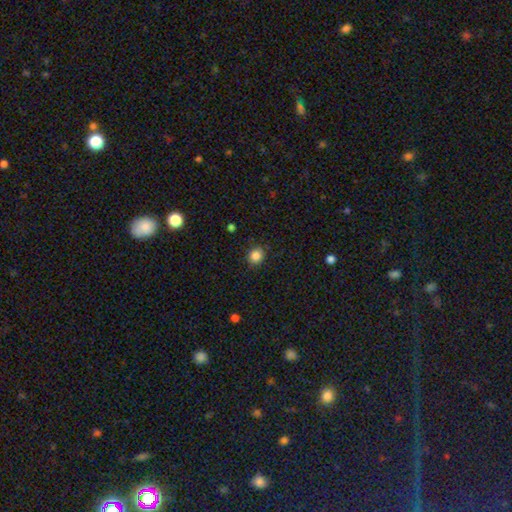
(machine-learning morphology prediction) Smooth or featured? Predicted: smooth (p=0.85). How rounded? Predicted: round (p=0.79). Merging? Predicted: none (p=0.86).